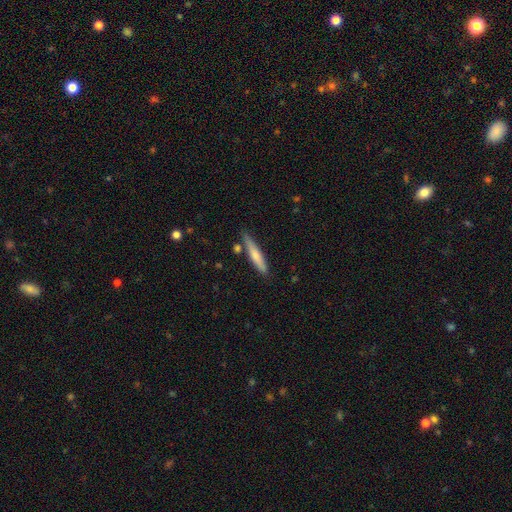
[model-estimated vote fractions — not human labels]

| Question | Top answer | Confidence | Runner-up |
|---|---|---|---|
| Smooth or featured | smooth | 65% | featured or disk (30%) |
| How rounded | cigar-shaped | 90% | in between (9%) |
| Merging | none | 78% | minor disturbance (14%) |